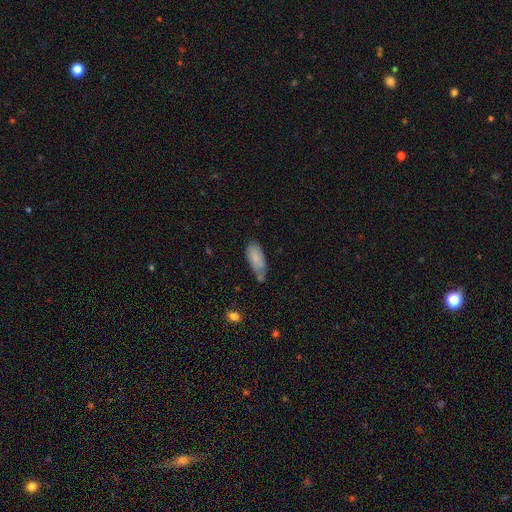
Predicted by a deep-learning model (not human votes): Overall: smooth (82%). How rounded: in between (78%). Merging: none (48%; minor disturbance 36%).